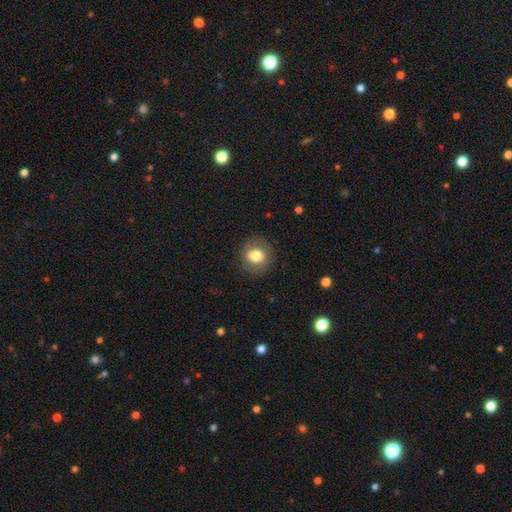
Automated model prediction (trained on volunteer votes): smooth-or-featured: smooth: 75% | featured or disk: 16% | star or artifact: 9%
  how-rounded: round: 80% | in between: 19% | cigar-shaped: 1%
  merging: none: 85% | minor disturbance: 10% | major disturbance: 4% | merger: 1%